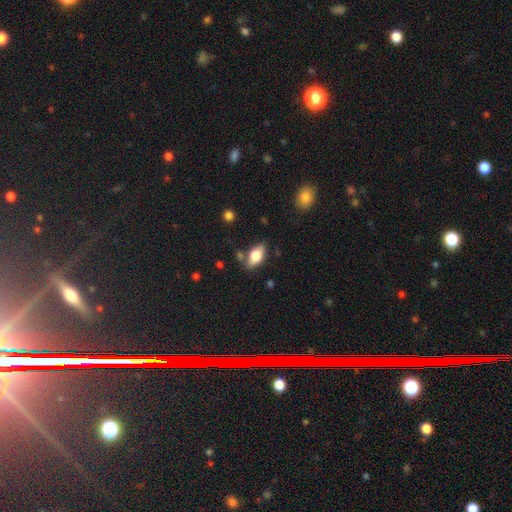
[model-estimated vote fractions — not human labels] This is likely a smooth galaxy (70%). How rounded: clearly in between (87%). Merging: likely none (74%).